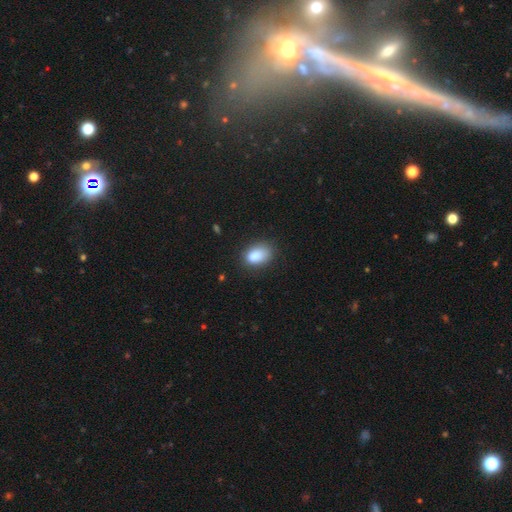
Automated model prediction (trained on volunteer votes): smooth_or_featured: smooth (p=0.86) [alt: star or artifact p=0.08]
how_rounded: in between (p=0.82) [alt: round p=0.16]
merging: none (p=0.74) [alt: minor disturbance p=0.20]